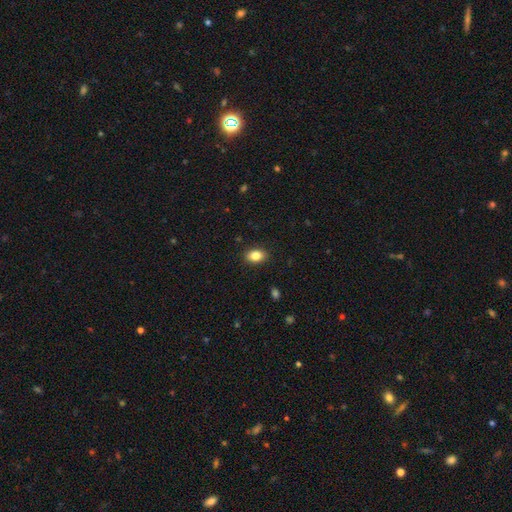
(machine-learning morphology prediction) This is clearly a smooth galaxy (84%). How rounded: clearly in between (84%). Merging: clearly none (89%).